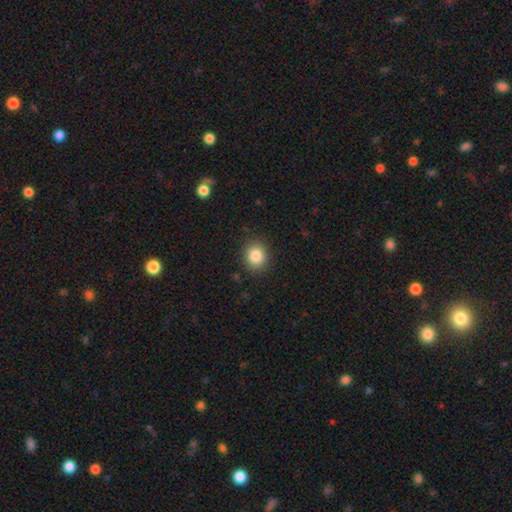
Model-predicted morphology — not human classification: Smooth or featured? smooth (85%)
How rounded? round (73%)
Merging? none (88%)